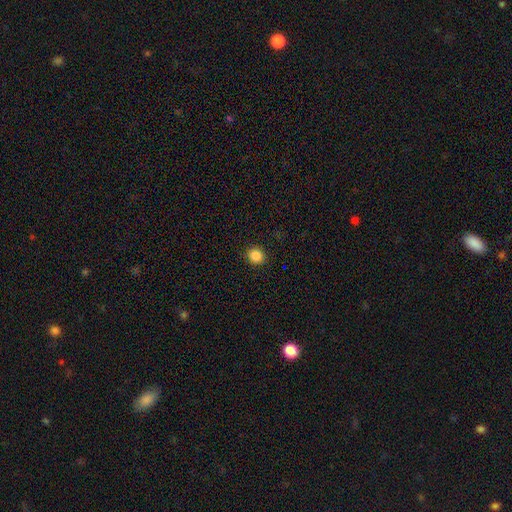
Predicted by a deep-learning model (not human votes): Overall: smooth (86%). How rounded: round (85%). Merging: none (92%).